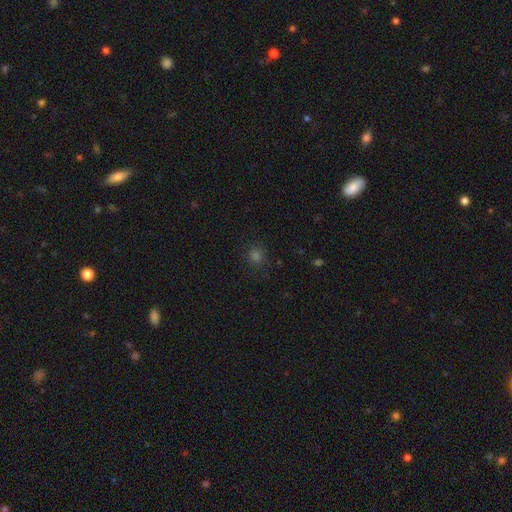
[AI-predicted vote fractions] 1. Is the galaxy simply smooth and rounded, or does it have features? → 71% smooth, 24% star or artifact, 5% featured or disk.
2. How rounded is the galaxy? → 89% round, 10% in between, 1% cigar-shaped.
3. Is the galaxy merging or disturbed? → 88% none, 8% minor disturbance, 3% major disturbance, 1% merger.